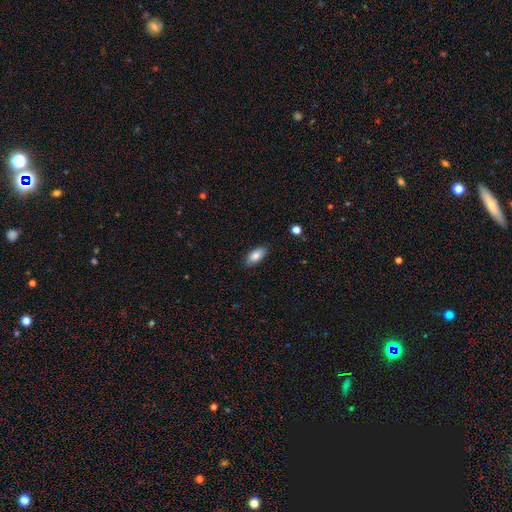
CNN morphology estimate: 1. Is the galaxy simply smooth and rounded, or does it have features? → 82% smooth, 11% featured or disk, 7% star or artifact.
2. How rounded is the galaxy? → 92% in between, 6% cigar-shaped, 3% round.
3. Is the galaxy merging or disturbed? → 85% none, 11% minor disturbance, 2% major disturbance, 1% merger.